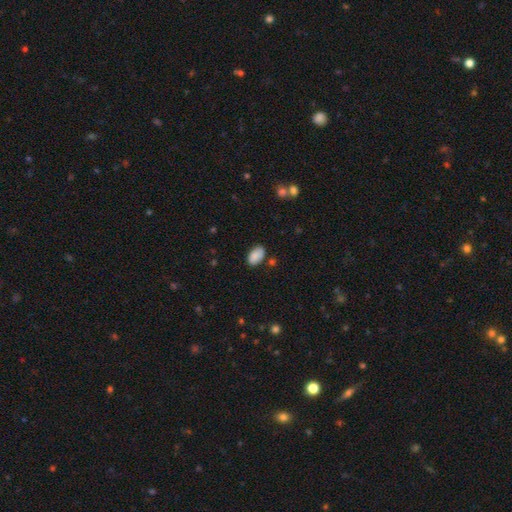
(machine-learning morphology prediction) This is clearly a smooth galaxy (87%). How rounded: clearly in between (94%). Merging: likely none (78%).